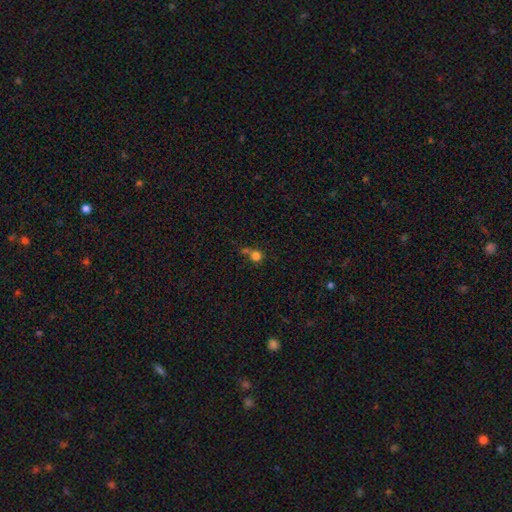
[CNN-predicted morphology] The model was most divided on "merging": none: 46%, merger: 36%, minor disturbance: 11%, major disturbance: 8%. More confident: how rounded — round (88%); smooth or featured — smooth (75%).